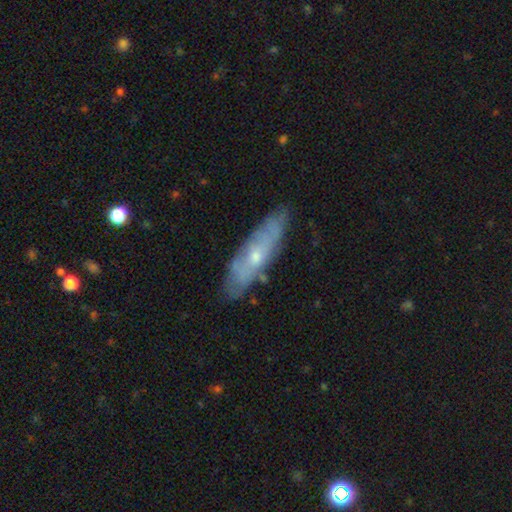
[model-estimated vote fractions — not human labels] A featured or disk galaxy (59%).

Vote fractions:
- Smooth or featured? featured or disk: 59% / smooth: 35% / star or artifact: 6%
- Edge-on disk? no: 63% / yes: 37%
- Merging? none: 75% / minor disturbance: 19% / major disturbance: 4% / merger: 2%